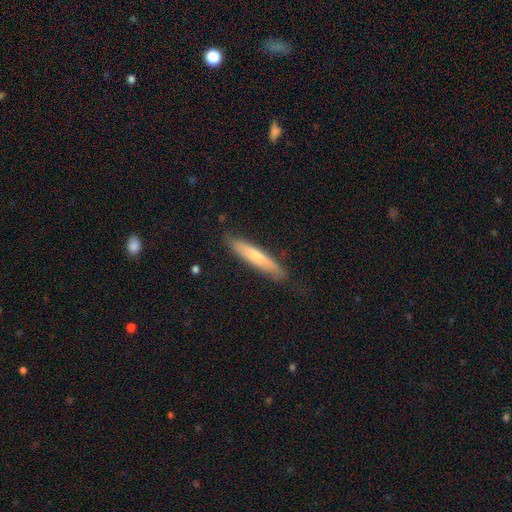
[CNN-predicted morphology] This appears to be a smooth galaxy with no disk features (60%) that is cigar-shaped (90%). Merging: none (82%).